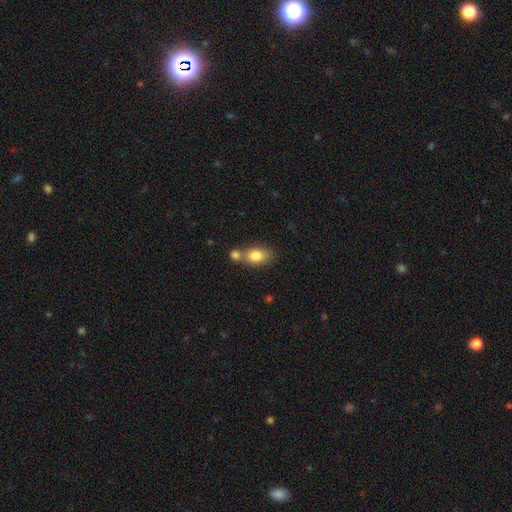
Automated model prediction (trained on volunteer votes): Smooth or featured: smooth — 81% (featured or disk — 10%)
How rounded: in between — 77% (round — 21%)
Merging: merger — 44% (none — 42%)